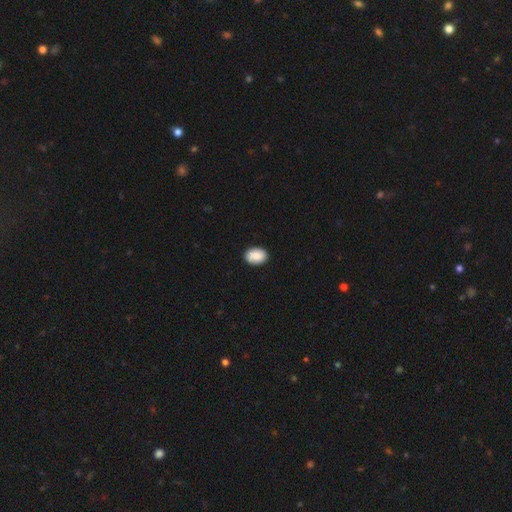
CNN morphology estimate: type=smooth (88%); roundness=in between (78%); merging=none (90%).